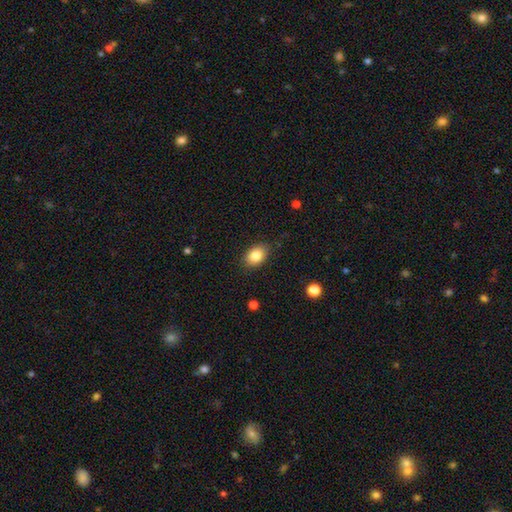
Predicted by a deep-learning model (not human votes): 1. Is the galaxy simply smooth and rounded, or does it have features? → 84% smooth, 8% star or artifact, 8% featured or disk.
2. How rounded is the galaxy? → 83% in between, 16% round, 1% cigar-shaped.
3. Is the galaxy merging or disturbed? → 84% none, 12% minor disturbance, 3% major disturbance, 1% merger.